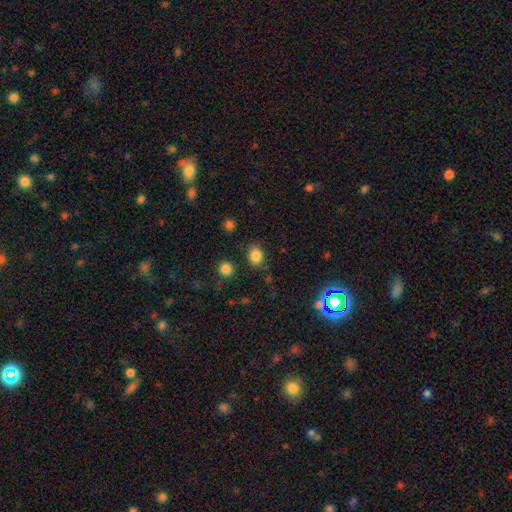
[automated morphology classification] A smooth galaxy with no disk features (83%) that is round (56%).

Vote fractions:
- Smooth or featured? smooth: 83% / star or artifact: 12% / featured or disk: 5%
- How rounded? round: 56% / in between: 43% / cigar-shaped: 1%
- Merging? none: 79% / minor disturbance: 13% / major disturbance: 4% / merger: 4%